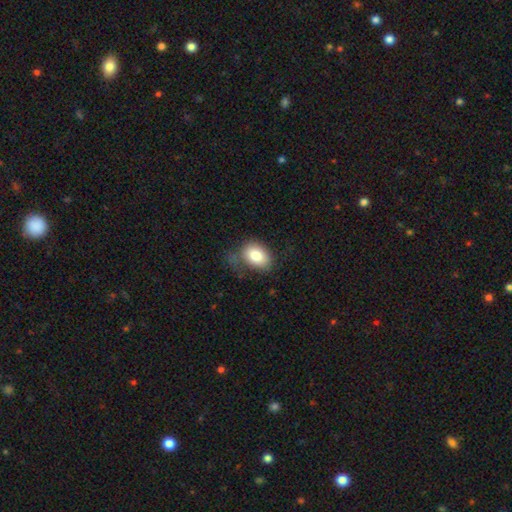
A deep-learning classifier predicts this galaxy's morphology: smooth 80%, featured or disk 11%, star or artifact 9%. Down the decision tree: how rounded — in between (76%); merging — none (52%).